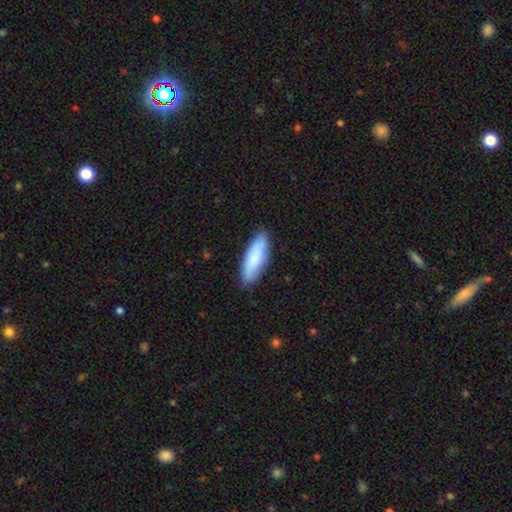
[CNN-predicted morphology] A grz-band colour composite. It shows a smooth galaxy with no disk features (79%) that is in between round and cigar-shaped (56%). Merging: none (84%).